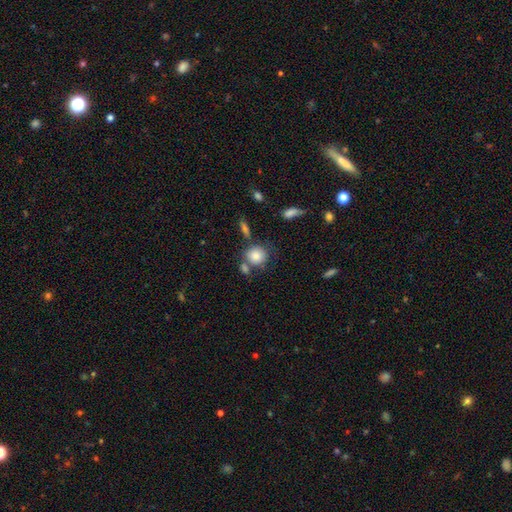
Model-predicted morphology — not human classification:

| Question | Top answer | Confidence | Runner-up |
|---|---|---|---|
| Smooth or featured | smooth | 82% | star or artifact (9%) |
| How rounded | round | 81% | in between (17%) |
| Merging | none | 59% | merger (21%) |